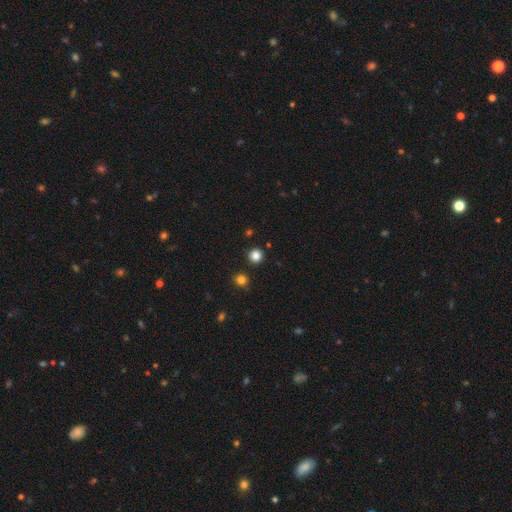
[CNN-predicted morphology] type=smooth (83%); roundness=round (95%); merging=none (91%).